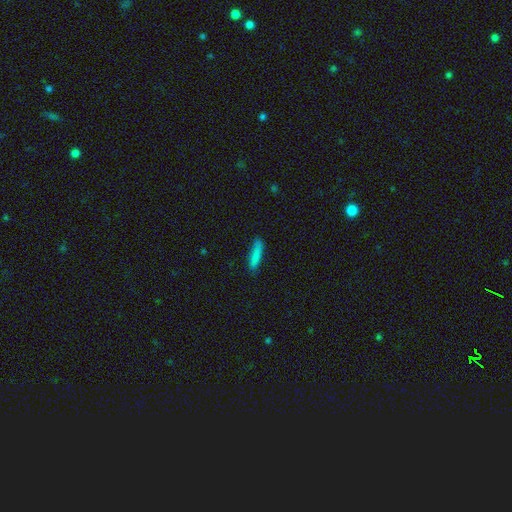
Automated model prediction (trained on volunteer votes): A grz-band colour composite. It shows a smooth galaxy with no disk features (84%) that is cigar-shaped (84%). Merging: none (82%).